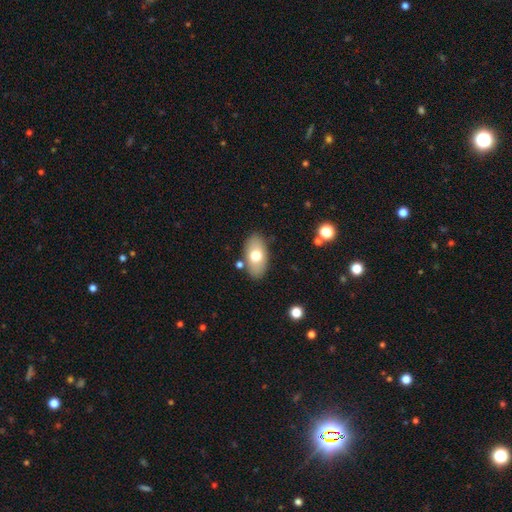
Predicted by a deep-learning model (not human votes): The model was most divided on "smooth or featured": smooth: 68%, featured or disk: 25%, star or artifact: 7%. More confident: how rounded — in between (93%); merging — none (83%).